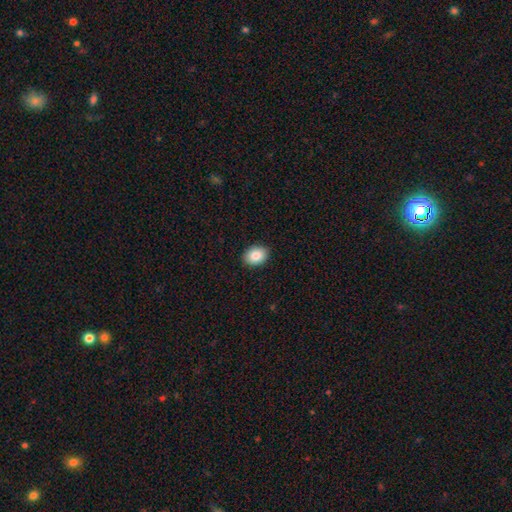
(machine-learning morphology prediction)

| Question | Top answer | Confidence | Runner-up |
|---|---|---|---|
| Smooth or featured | smooth | 86% | star or artifact (8%) |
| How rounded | in between | 67% | round (32%) |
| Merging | none | 90% | minor disturbance (7%) |